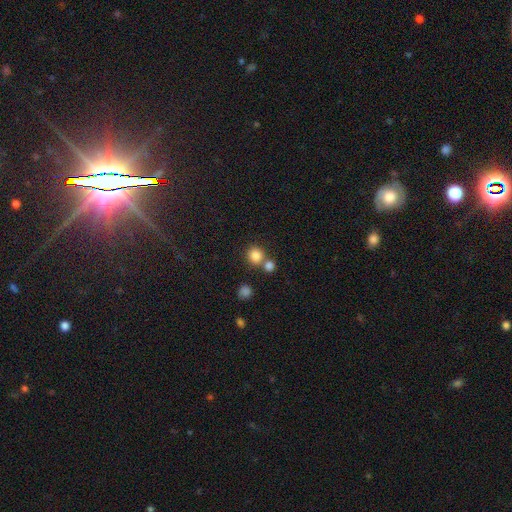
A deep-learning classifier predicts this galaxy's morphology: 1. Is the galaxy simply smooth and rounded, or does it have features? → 83% smooth, 12% star or artifact, 5% featured or disk.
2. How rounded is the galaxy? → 88% round, 11% in between, 1% cigar-shaped.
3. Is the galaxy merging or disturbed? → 62% none, 28% merger, 8% minor disturbance, 3% major disturbance.